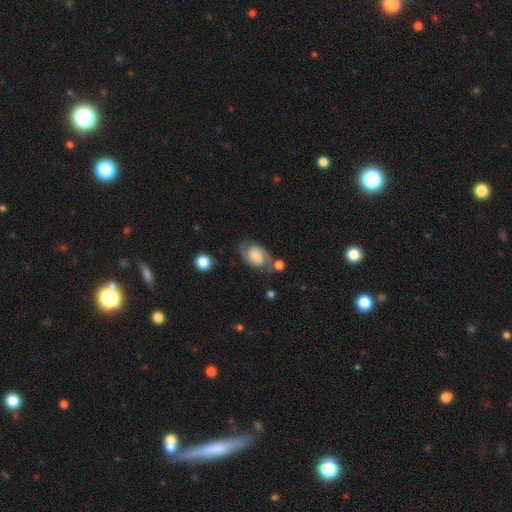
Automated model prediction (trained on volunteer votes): Overall: featured or disk (73%). Edge-on disk: no (97%). Bar: no (50%; weak 41%). Spiral arms: yes (94%). Spiral arm count: 2 (89%). Spiral winding: medium (49%; tight 36%). Bulge size: moderate (43%; small 29%). Merging: none (65%).